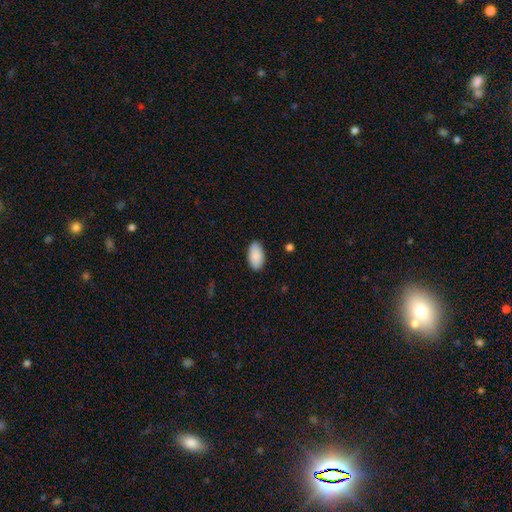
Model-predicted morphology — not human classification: smooth 90%, star or artifact 6%, featured or disk 4%. Down the decision tree: how rounded — in between (95%); merging — none (88%).